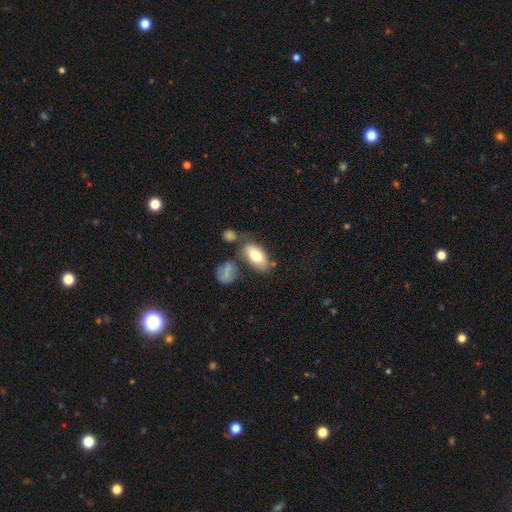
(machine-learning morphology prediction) Smooth or featured: smooth — 74% (featured or disk — 19%)
How rounded: in between — 92% (cigar-shaped — 4%)
Merging: none — 60% (minor disturbance — 19%)